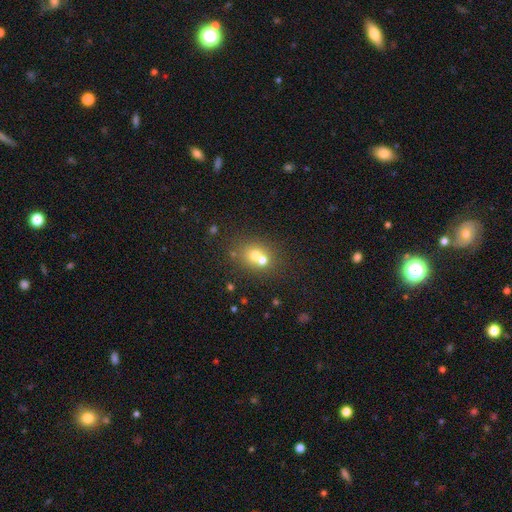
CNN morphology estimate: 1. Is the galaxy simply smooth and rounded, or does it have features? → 64% smooth, 20% featured or disk, 16% star or artifact.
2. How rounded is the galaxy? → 73% round, 27% in between, 1% cigar-shaped.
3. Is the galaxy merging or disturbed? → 52% merger, 38% none, 6% minor disturbance, 3% major disturbance.